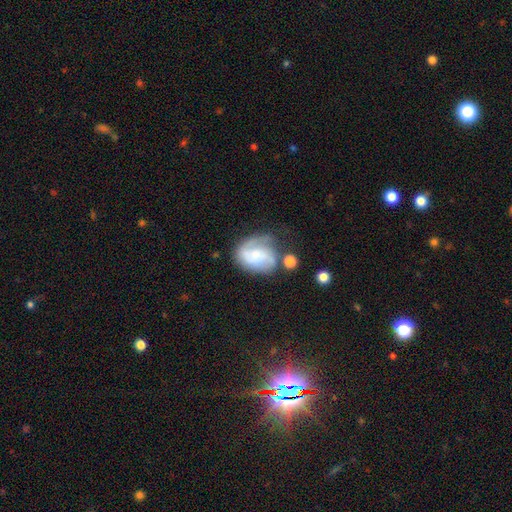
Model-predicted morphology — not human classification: type=featured or disk (61%); edge-on=no (97%); bar=no (58%); spiral arms=yes (85%); bulge=small (45%); merging=none (41%).